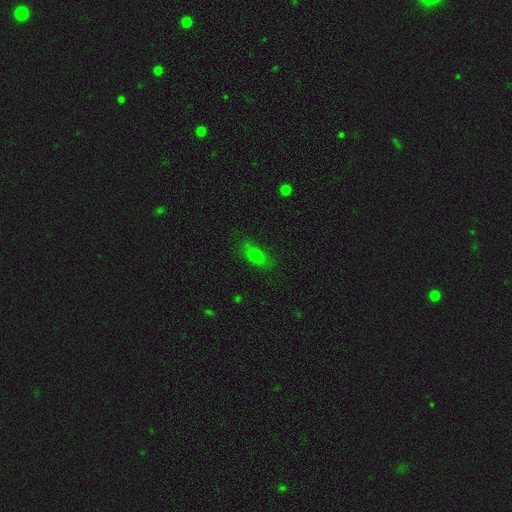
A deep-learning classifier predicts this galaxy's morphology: Smooth or featured?
  - smooth: 73% *
  - featured or disk: 14%
  - star or artifact: 13%
How rounded?
  - in between: 76% *
  - cigar-shaped: 14%
  - round: 10%
Merging?
  - none: 79% *
  - minor disturbance: 16%
  - major disturbance: 4%
  - merger: 1%